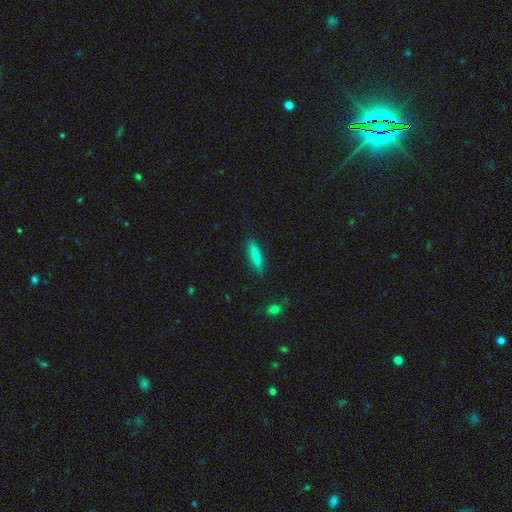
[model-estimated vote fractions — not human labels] Morphology: type=smooth (79%); roundness=cigar-shaped (82%); merging=none (87%).